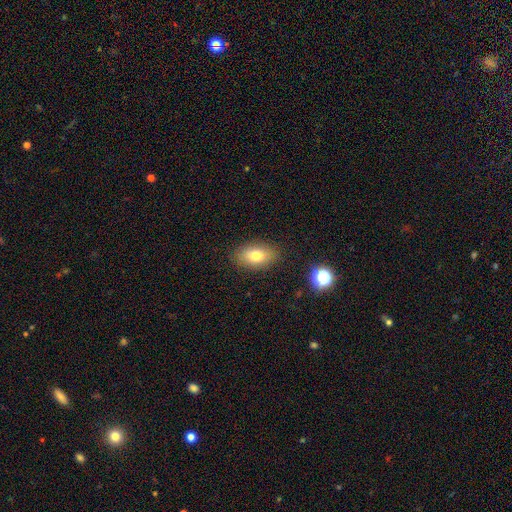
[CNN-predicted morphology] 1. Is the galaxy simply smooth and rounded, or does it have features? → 77% smooth, 13% featured or disk, 10% star or artifact.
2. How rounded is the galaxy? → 87% in between, 10% round, 2% cigar-shaped.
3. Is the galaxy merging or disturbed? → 86% none, 10% minor disturbance, 3% major disturbance, 1% merger.